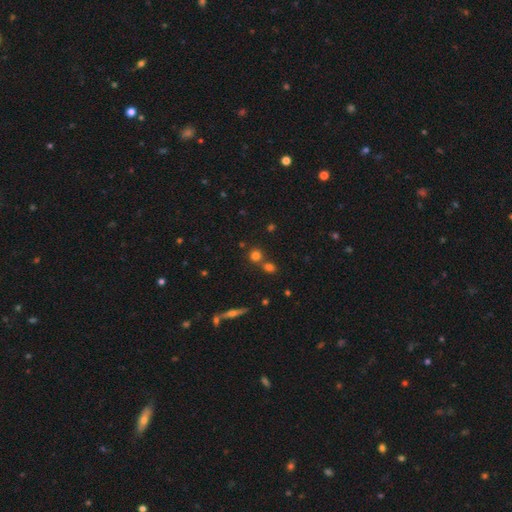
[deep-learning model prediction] smooth_or_featured: smooth (p=0.73) [alt: star or artifact p=0.18]
how_rounded: round (p=0.89) [alt: in between p=0.10]
merging: none (p=0.63) [alt: merger p=0.28]